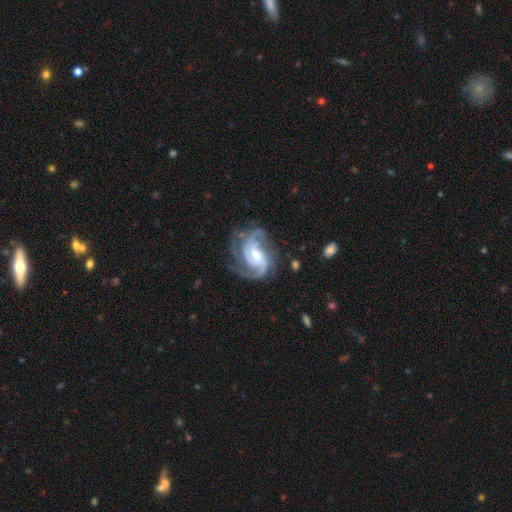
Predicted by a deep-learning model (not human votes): The model was most divided on "spiral winding": medium: 47%, tight: 43%, loose: 10%. Remaining: spiral arms — yes (98%); edge-on disk — no (98%); smooth or featured — featured or disk (91%); merging — none (64%); bar — weak (49%); bulge size — moderate (48%); spiral arm count — 3 (38%).